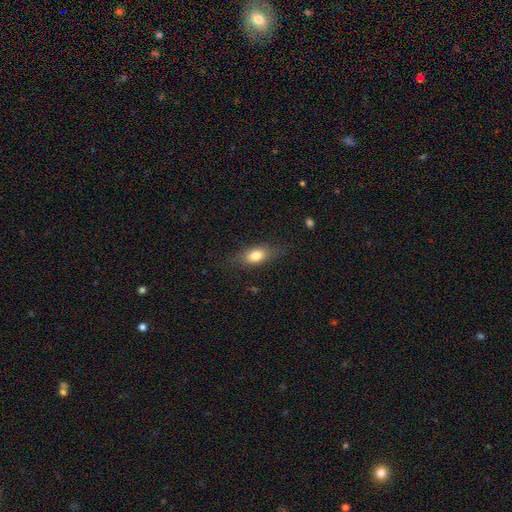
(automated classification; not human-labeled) Q: Smooth or featured?
A: smooth (77%); runner-up: featured or disk (15%)
Q: How rounded?
A: in between (80%); runner-up: cigar-shaped (12%)
Q: Merging?
A: none (77%); runner-up: minor disturbance (16%)